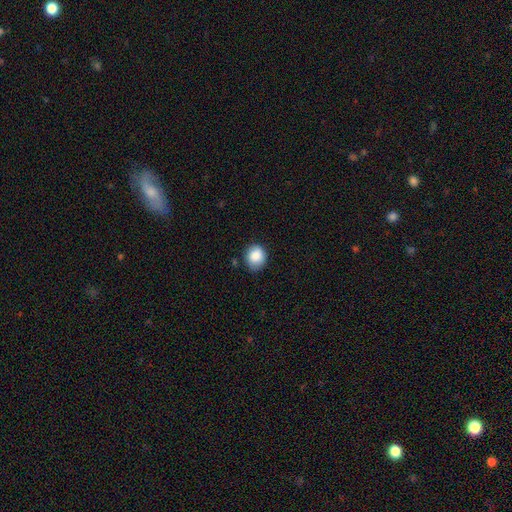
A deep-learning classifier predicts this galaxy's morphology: This is clearly a smooth galaxy (86%). How rounded: likely round (71%). Merging: likely none (77%).